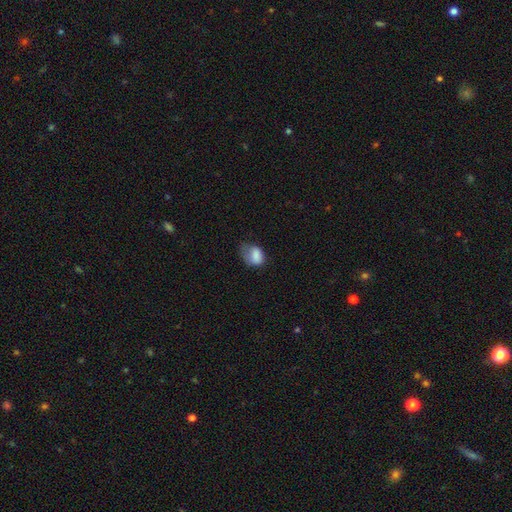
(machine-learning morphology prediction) smooth_or_featured: smooth (p=0.80) [alt: featured or disk p=0.11]
how_rounded: in between (p=0.75) [alt: round p=0.24]
merging: minor disturbance (p=0.38) [alt: major disturbance p=0.33]